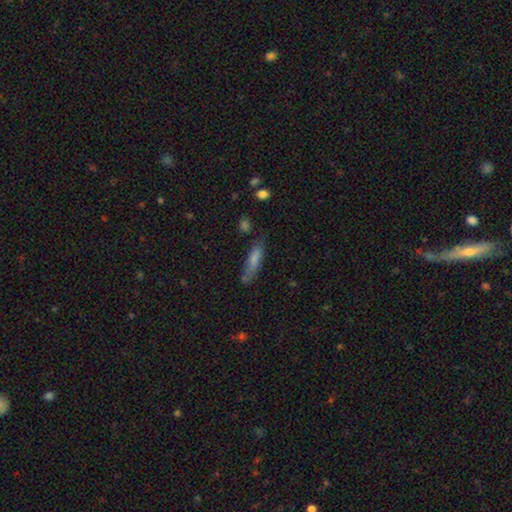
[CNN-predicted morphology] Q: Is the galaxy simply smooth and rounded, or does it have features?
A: smooth — 63%.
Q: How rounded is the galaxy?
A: cigar-shaped — 76%.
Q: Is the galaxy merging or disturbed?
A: none — 67%.